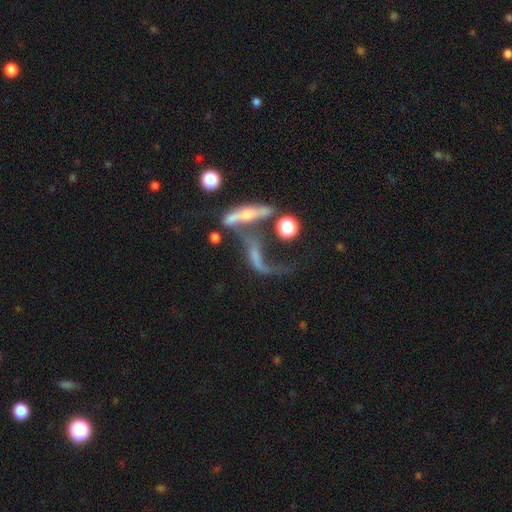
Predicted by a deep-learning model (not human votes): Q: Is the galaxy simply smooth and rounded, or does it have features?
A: featured or disk — 62%.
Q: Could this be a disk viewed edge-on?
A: no — 70%.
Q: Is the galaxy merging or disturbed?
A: merger — 43%.